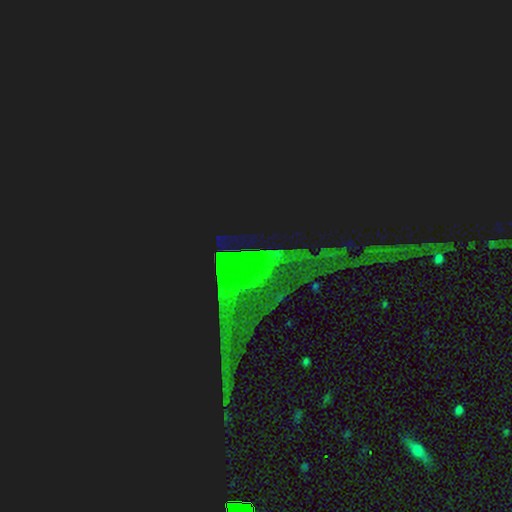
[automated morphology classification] type=star or artifact (77%).